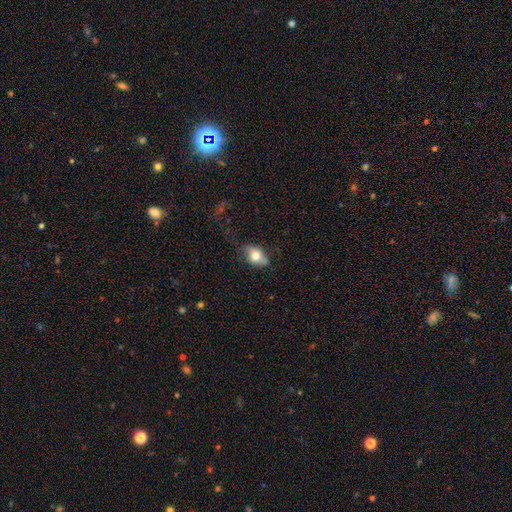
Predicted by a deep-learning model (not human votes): A smooth galaxy with no disk features (68%) that is in between round and cigar-shaped (80%). Merging: none (62%).